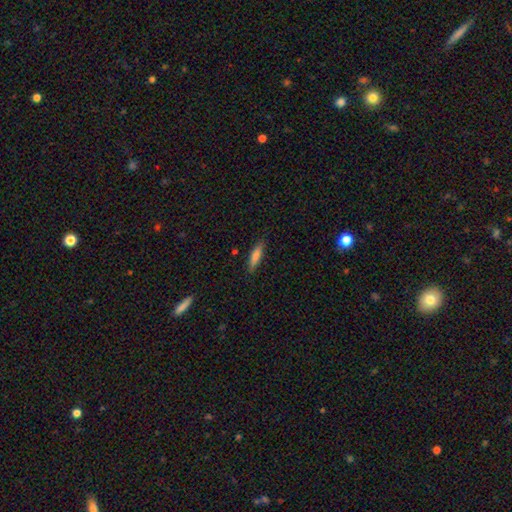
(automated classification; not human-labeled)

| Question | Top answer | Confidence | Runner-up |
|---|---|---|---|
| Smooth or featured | smooth | 75% | featured or disk (18%) |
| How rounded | cigar-shaped | 75% | in between (24%) |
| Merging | none | 86% | minor disturbance (11%) |